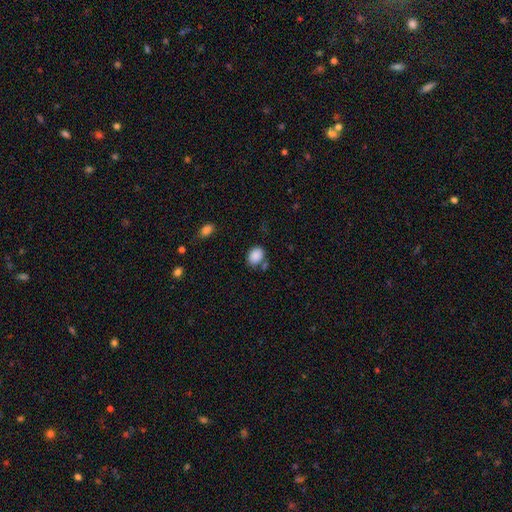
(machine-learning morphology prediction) The model was most divided on "how rounded": in between: 60%, round: 39%, cigar-shaped: 1%. More confident: smooth or featured — smooth (88%); merging — none (67%).